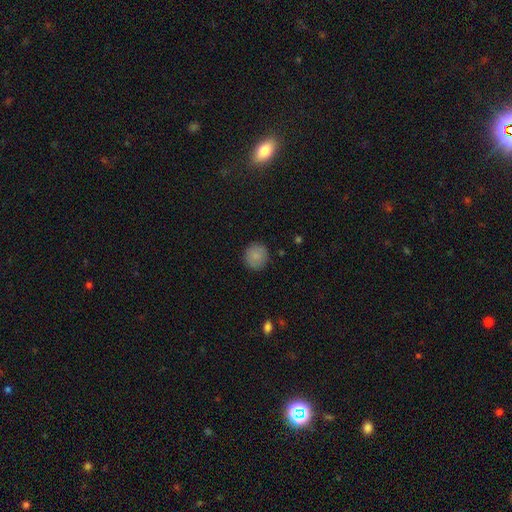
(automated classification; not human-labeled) smooth_or_featured: smooth (p=0.85) [alt: star or artifact p=0.09]
how_rounded: round (p=0.91) [alt: in between p=0.08]
merging: none (p=0.88) [alt: minor disturbance p=0.09]